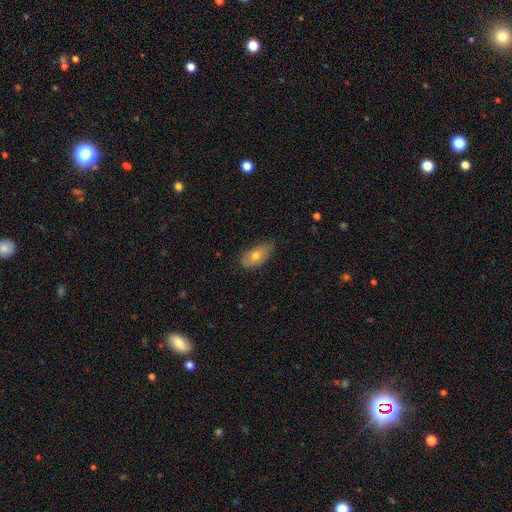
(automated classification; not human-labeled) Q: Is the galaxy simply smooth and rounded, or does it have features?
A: smooth — 68%.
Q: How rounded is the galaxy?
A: in between — 90%.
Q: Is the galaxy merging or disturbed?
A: none — 69%.